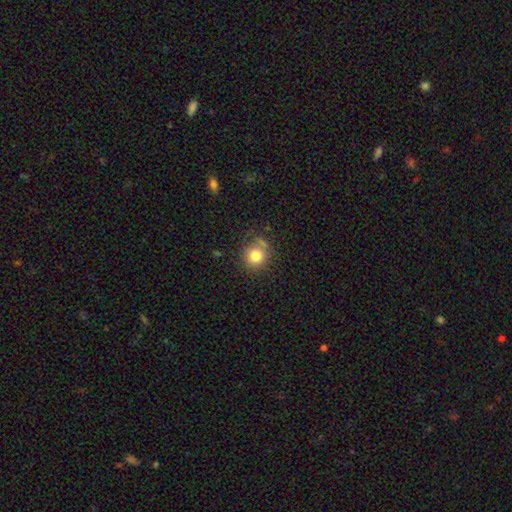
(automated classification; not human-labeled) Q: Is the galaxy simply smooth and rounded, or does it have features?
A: smooth — 81%.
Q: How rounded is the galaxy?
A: round — 89%.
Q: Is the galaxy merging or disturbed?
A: none — 71%.